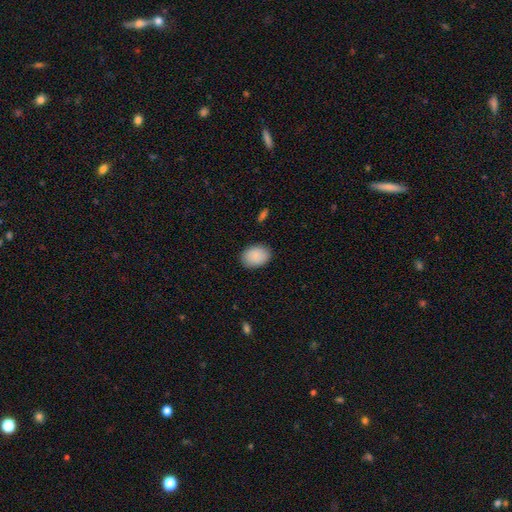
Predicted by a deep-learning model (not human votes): smooth-or-featured: smooth: 89% | star or artifact: 6% | featured or disk: 4%
  how-rounded: in between: 77% | round: 22% | cigar-shaped: 1%
  merging: none: 87% | minor disturbance: 9% | major disturbance: 2% | merger: 1%